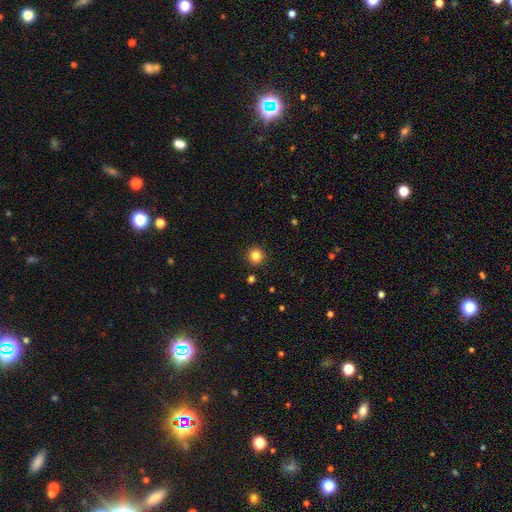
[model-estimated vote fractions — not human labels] Morphology: type=smooth (83%); roundness=round (95%); merging=none (92%).